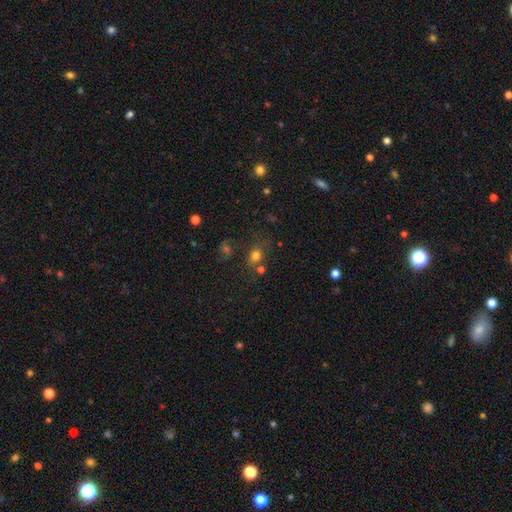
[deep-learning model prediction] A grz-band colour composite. It shows a smooth galaxy with no disk features (72%) that is round (66%). Merging: none (60%).